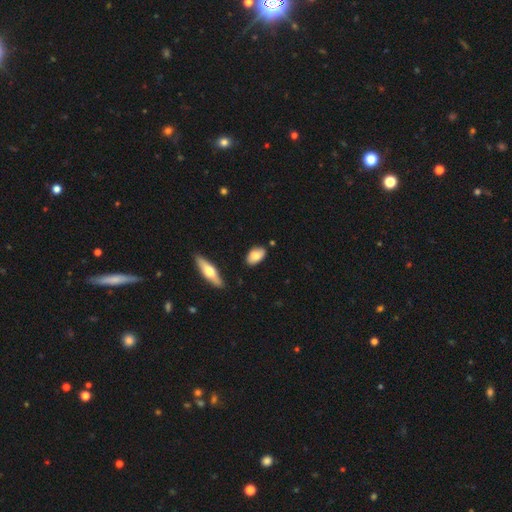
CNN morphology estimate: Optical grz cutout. It shows a smooth galaxy with no disk features (79%) that is in between round and cigar-shaped (92%). Merging: none (83%).